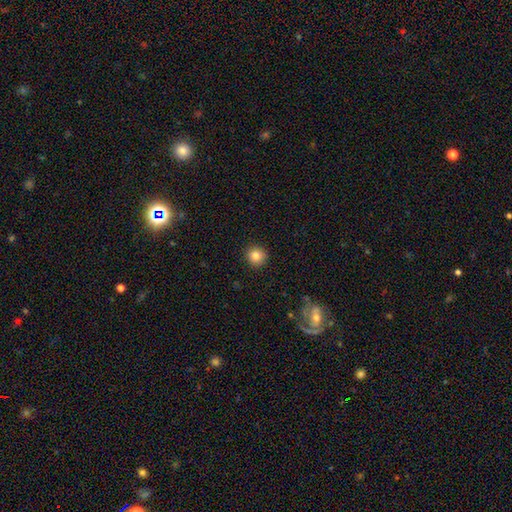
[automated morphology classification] Overall: smooth (83%). How rounded: round (94%). Merging: none (92%).